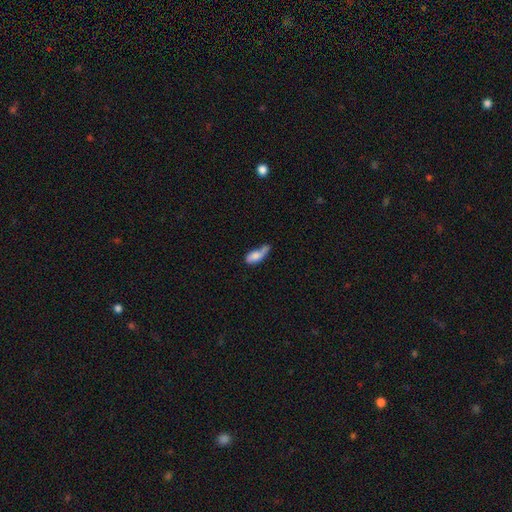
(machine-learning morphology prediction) This is likely a smooth galaxy (69%). How rounded: likely in between (80%). Merging: marginally minor disturbance (35%).